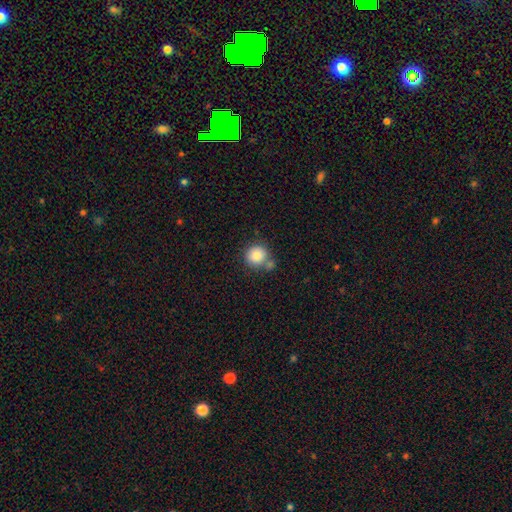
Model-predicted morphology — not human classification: Q: Smooth or featured?
A: smooth (84%); runner-up: star or artifact (9%)
Q: How rounded?
A: round (89%); runner-up: in between (11%)
Q: Merging?
A: none (59%); runner-up: merger (24%)